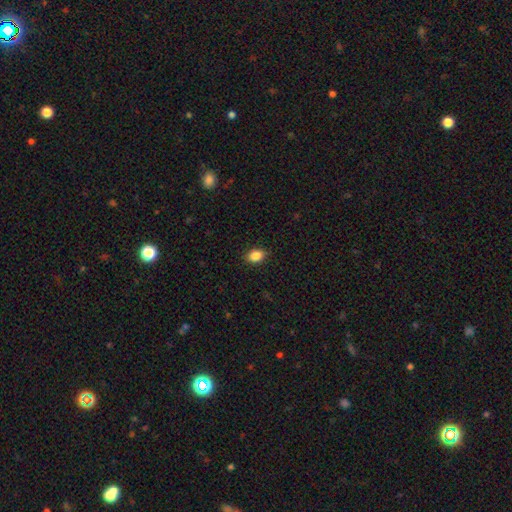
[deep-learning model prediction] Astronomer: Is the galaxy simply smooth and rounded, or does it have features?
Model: smooth — 87%.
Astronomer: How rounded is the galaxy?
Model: in between — 76%.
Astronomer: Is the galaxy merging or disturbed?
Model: none — 88%.